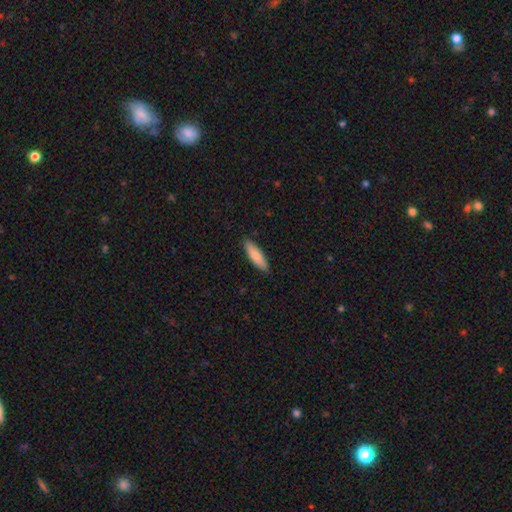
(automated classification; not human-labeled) smooth-or-featured: smooth: 84% | featured or disk: 11% | star or artifact: 5%
  how-rounded: cigar-shaped: 58% | in between: 41% | round: 1%
  merging: none: 88% | minor disturbance: 9% | major disturbance: 2% | merger: 1%